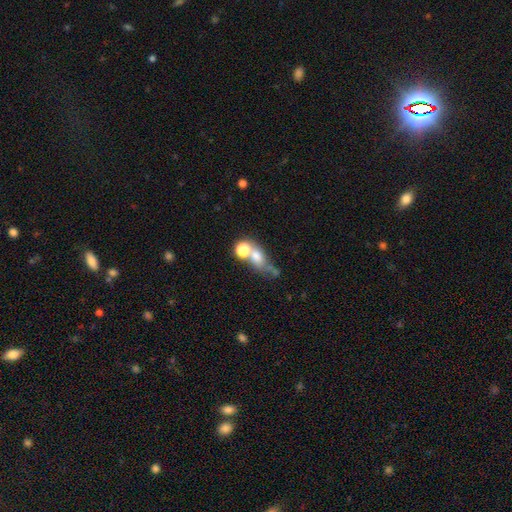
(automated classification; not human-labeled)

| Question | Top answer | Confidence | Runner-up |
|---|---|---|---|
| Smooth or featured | smooth | 64% | featured or disk (20%) |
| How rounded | in between | 50% | round (43%) |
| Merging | merger | 44% | none (36%) |